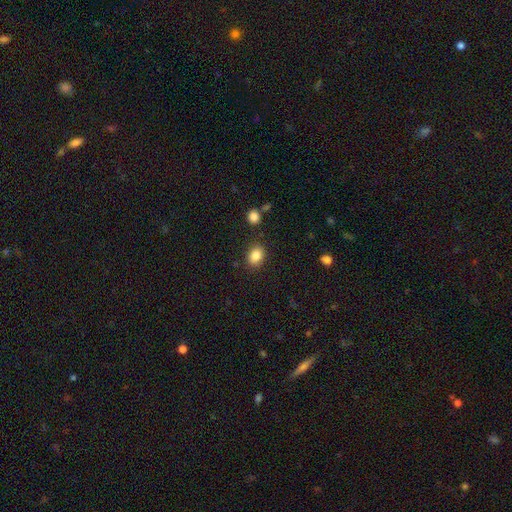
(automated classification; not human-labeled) smooth_or_featured: smooth (p=0.85) [alt: star or artifact p=0.09]
how_rounded: in between (p=0.64) [alt: round p=0.35]
merging: none (p=0.85) [alt: minor disturbance p=0.10]